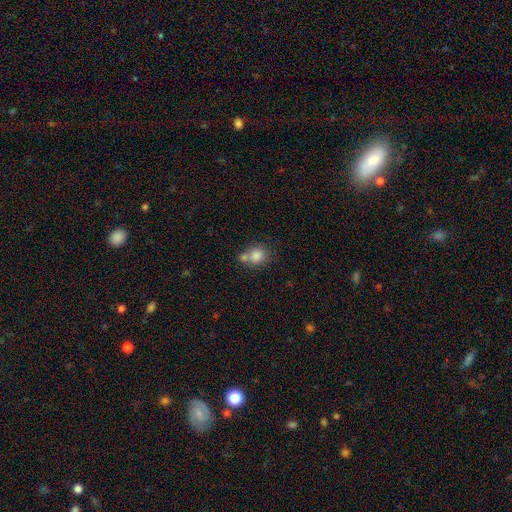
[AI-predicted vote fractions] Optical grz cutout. It shows a smooth galaxy with no disk features (82%) that is round (77%). Merging: none (49%).